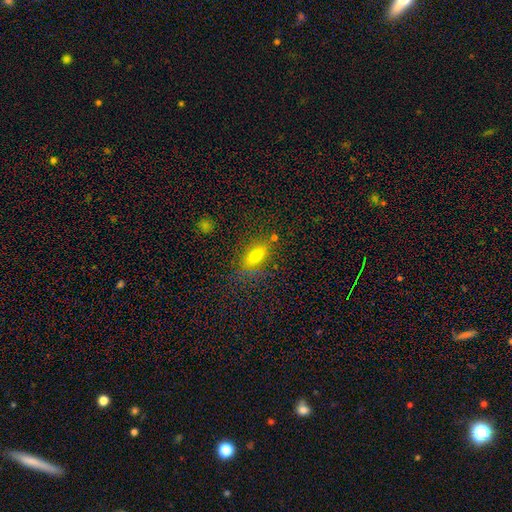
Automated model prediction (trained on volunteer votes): Q: Smooth or featured?
A: smooth (70%); runner-up: featured or disk (18%)
Q: How rounded?
A: in between (75%); runner-up: cigar-shaped (15%)
Q: Merging?
A: none (77%); runner-up: minor disturbance (14%)